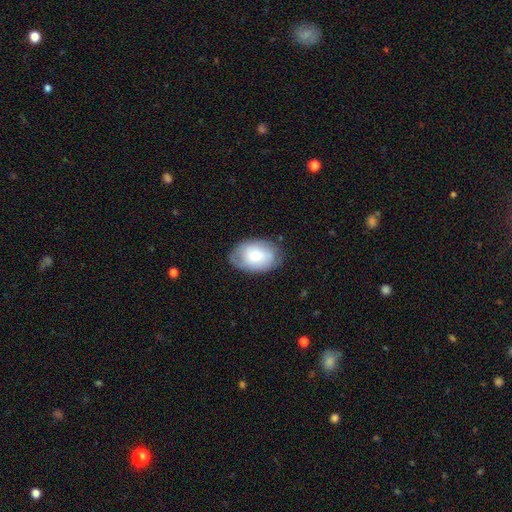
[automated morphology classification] This is likely a smooth galaxy (64%). How rounded: clearly in between (87%). Merging: likely none (71%).